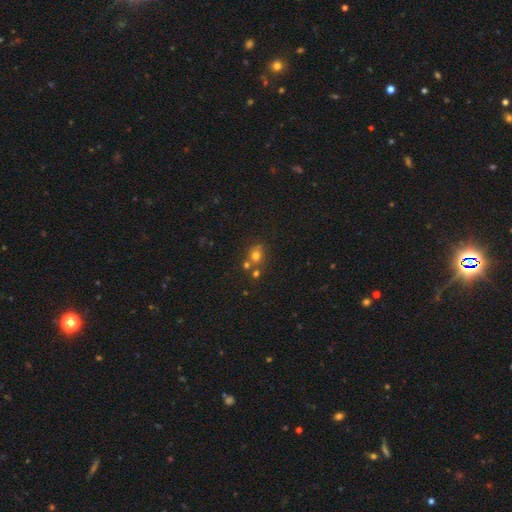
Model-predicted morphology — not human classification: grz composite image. It shows a smooth galaxy with no disk features (69%) that is round (78%). Merging: none (58%).